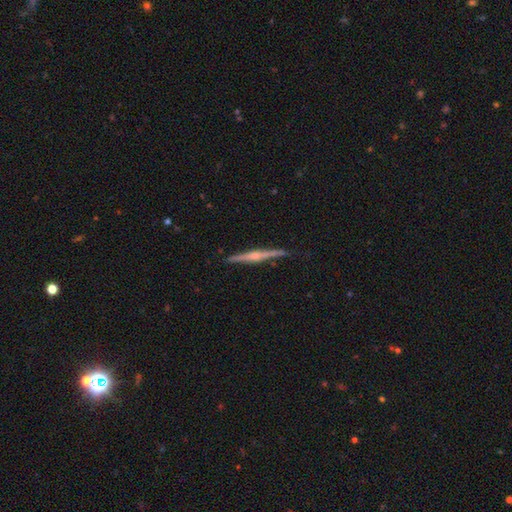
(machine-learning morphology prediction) This is likely a featured or disk galaxy (79%). It is clearly viewed edge-on (98%). Edge-on bulge: likely rounded (72%). Merging: clearly none (88%).